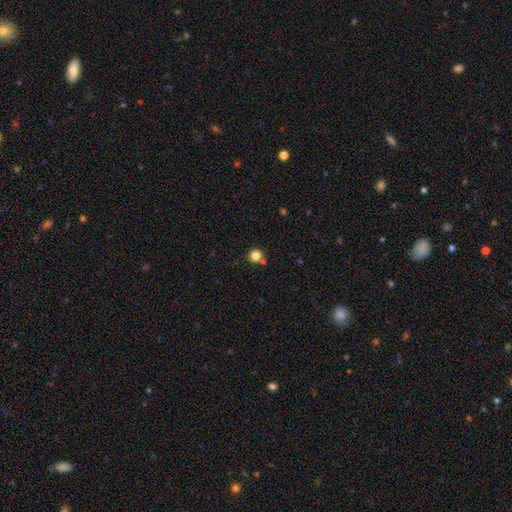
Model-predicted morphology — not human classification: type=smooth (82%); roundness=round (94%); merging=none (77%).